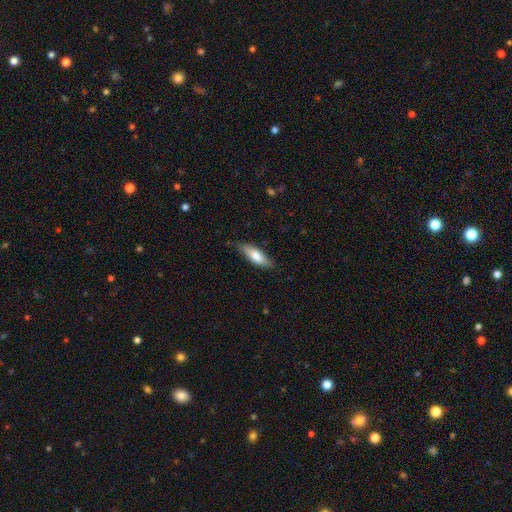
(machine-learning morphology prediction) type=smooth (74%); roundness=in between (55%); merging=none (78%).